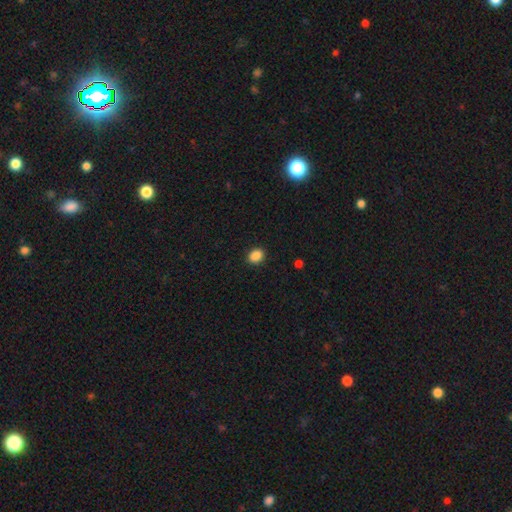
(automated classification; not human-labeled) Overall: smooth (88%). How rounded: in between (59%; round 40%). Merging: none (90%).